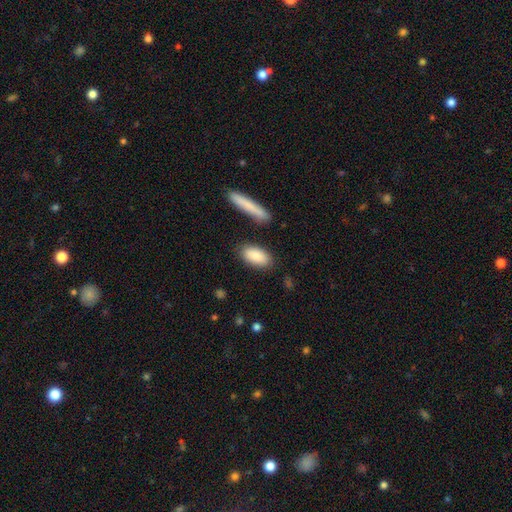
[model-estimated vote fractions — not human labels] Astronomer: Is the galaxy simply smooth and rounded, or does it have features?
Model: smooth — 87%.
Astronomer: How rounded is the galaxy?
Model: in between — 87%.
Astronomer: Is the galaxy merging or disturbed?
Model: none — 83%.